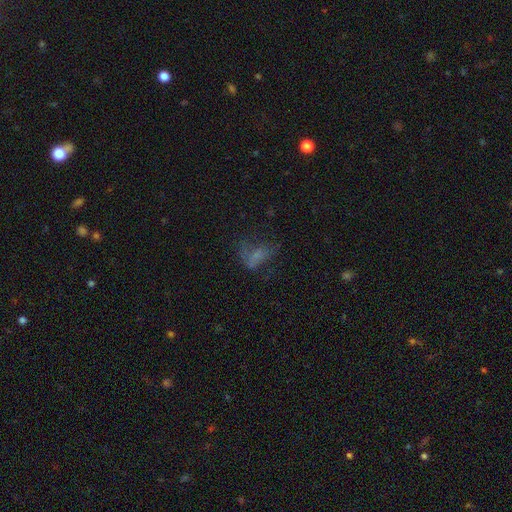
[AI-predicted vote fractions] smooth-or-featured: smooth: 46% | featured or disk: 32% | star or artifact: 22%
  merging: major disturbance: 41% | none: 34% | minor disturbance: 20% | merger: 5%